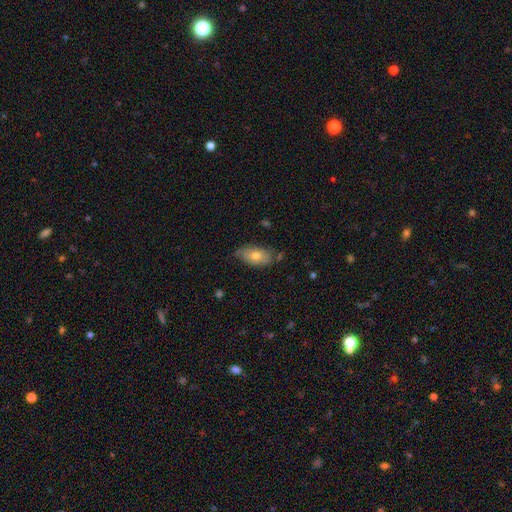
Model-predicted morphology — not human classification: Smooth or featured?
  - smooth: 71% *
  - featured or disk: 22%
  - star or artifact: 7%
How rounded?
  - in between: 92% *
  - round: 5%
  - cigar-shaped: 4%
Merging?
  - none: 67% *
  - minor disturbance: 25%
  - major disturbance: 5%
  - merger: 3%